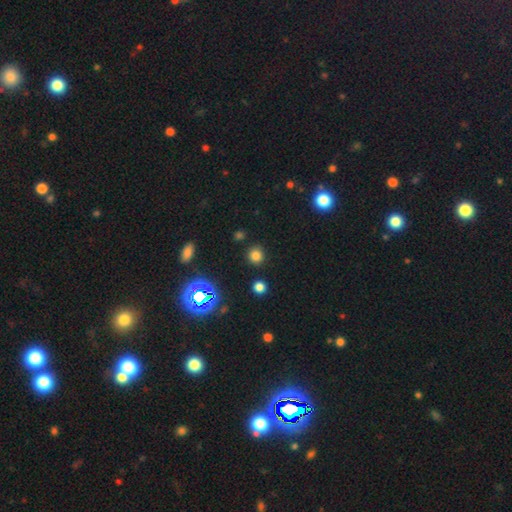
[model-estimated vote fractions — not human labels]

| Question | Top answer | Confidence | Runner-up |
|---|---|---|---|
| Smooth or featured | smooth | 74% | star or artifact (20%) |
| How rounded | round | 89% | in between (10%) |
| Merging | none | 87% | minor disturbance (7%) |